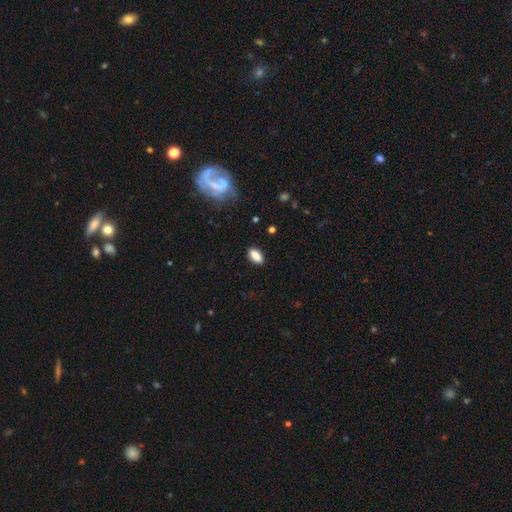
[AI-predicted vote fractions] smooth_or_featured: smooth (p=0.88) [alt: star or artifact p=0.08]
how_rounded: in between (p=0.90) [alt: cigar-shaped p=0.06]
merging: none (p=0.86) [alt: minor disturbance p=0.10]